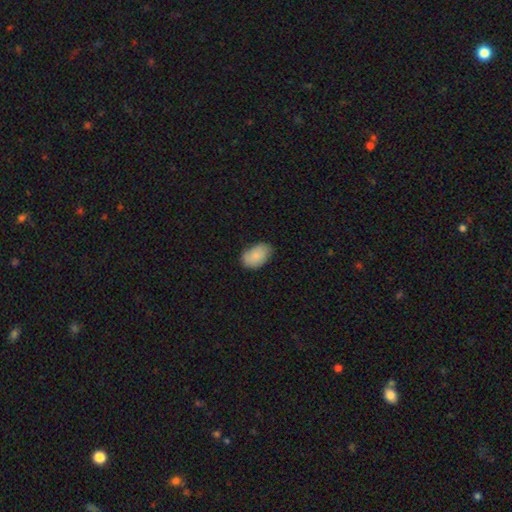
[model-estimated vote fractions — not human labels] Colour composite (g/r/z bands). It shows a smooth galaxy with no disk features (85%) that is in between round and cigar-shaped (90%). Merging: none (73%).